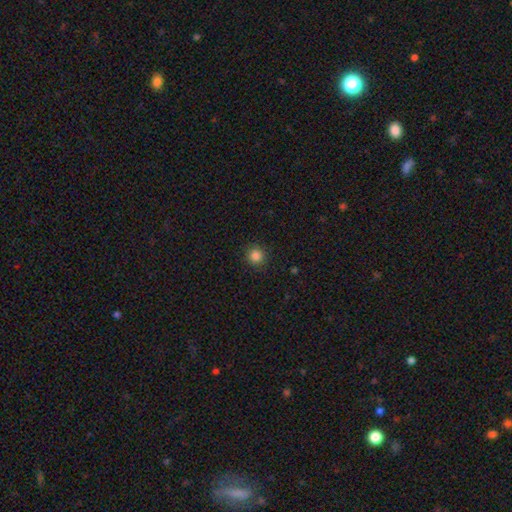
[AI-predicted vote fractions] smooth 85%, star or artifact 12%, featured or disk 4%. Down the decision tree: how rounded — round (94%); merging — none (91%).